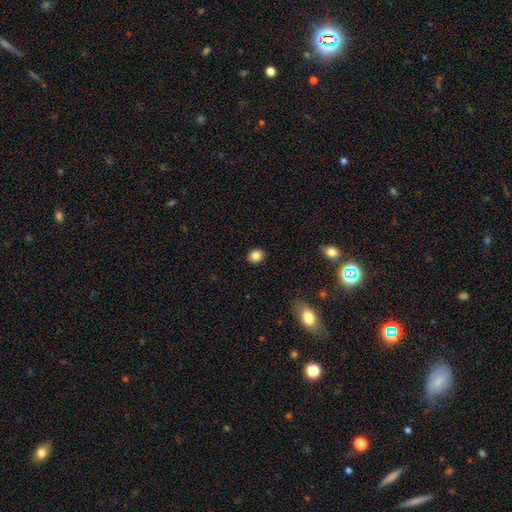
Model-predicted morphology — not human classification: type=smooth (84%); roundness=round (59%); merging=none (89%).